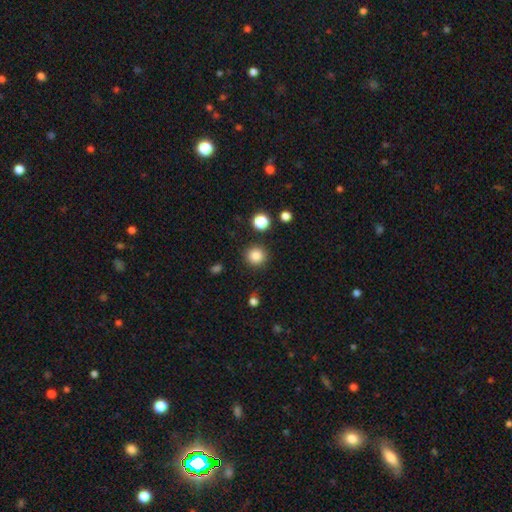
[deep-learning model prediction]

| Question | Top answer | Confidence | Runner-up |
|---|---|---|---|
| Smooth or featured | smooth | 85% | star or artifact (11%) |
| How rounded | round | 94% | in between (5%) |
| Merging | none | 89% | minor disturbance (6%) |